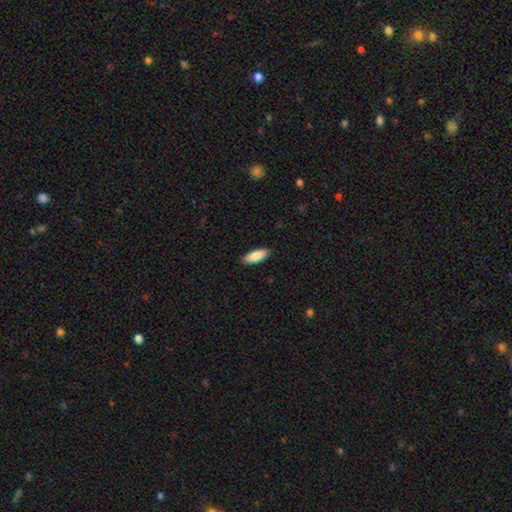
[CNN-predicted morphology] Smooth or featured?
  - smooth: 88% *
  - featured or disk: 7%
  - star or artifact: 6%
How rounded?
  - in between: 67% *
  - cigar-shaped: 31%
  - round: 2%
Merging?
  - none: 89% *
  - minor disturbance: 8%
  - major disturbance: 2%
  - merger: 1%